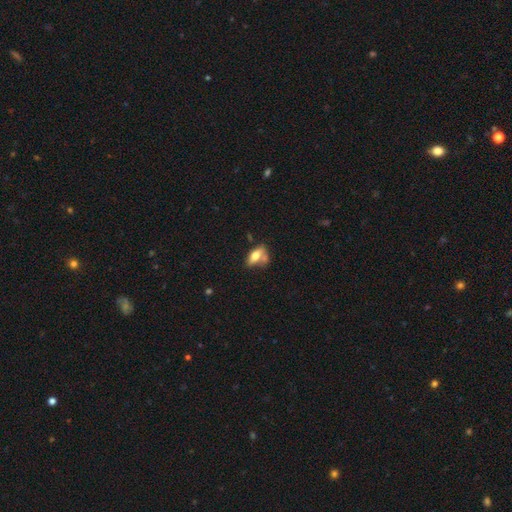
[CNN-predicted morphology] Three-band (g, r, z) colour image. It shows a smooth galaxy with no disk features (65%) that is in between round and cigar-shaped (83%). Merging: none (39%).